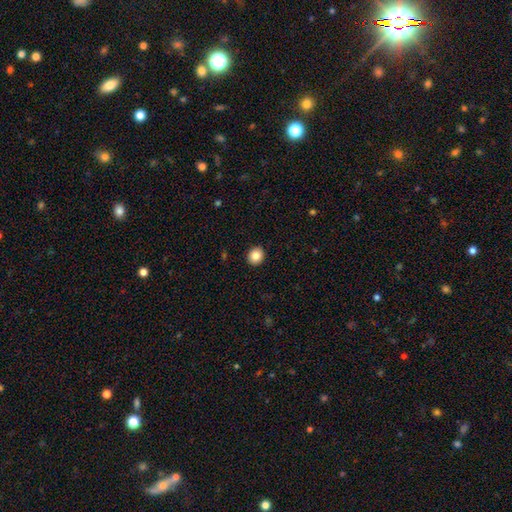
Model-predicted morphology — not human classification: smooth 84%, star or artifact 9%, featured or disk 6%. Down the decision tree: how rounded — round (77%); merging — none (92%).